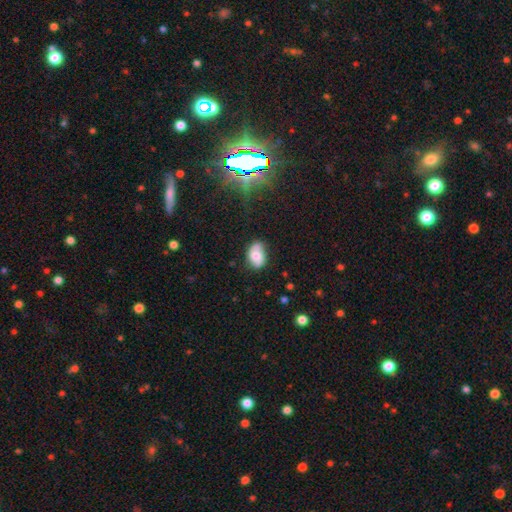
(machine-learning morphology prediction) A smooth galaxy with no disk features (52%) that is in between round and cigar-shaped (84%).

Vote fractions:
- Smooth or featured? smooth: 52% / featured or disk: 39% / star or artifact: 9%
- How rounded? in between: 84% / round: 15% / cigar-shaped: 1%
- Merging? none: 69% / minor disturbance: 23% / major disturbance: 5% / merger: 2%